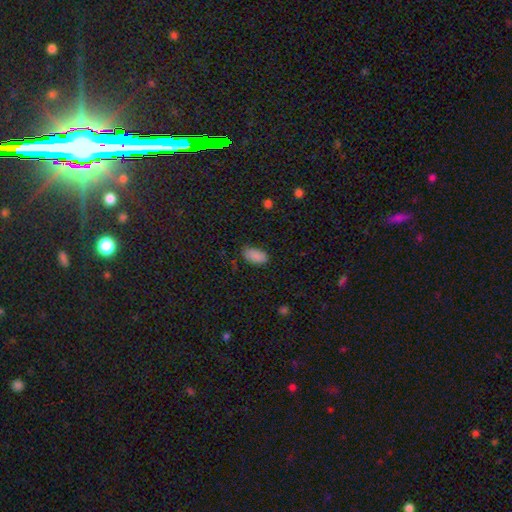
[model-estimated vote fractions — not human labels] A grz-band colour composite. It shows a smooth galaxy with no disk features (87%) that is in between round and cigar-shaped (94%). Merging: none (76%).